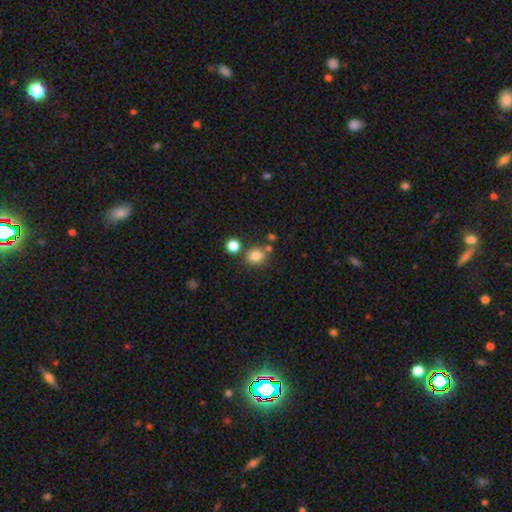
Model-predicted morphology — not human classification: Smooth or featured: smooth — 81% (star or artifact — 13%)
How rounded: round — 83% (in between — 16%)
Merging: none — 73% (merger — 13%)